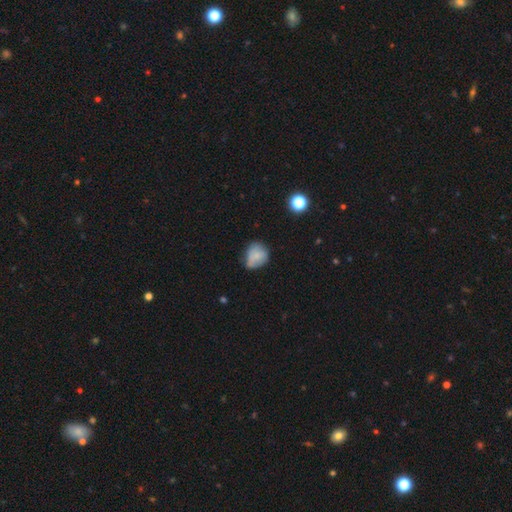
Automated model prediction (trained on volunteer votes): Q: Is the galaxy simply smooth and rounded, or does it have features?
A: smooth — 70%.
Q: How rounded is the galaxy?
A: round — 61%.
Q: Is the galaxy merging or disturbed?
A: none — 44%.